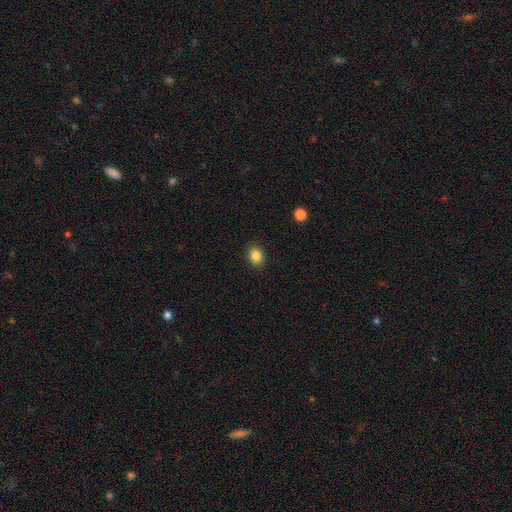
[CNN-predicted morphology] This appears to be a smooth galaxy with no disk features (85%) that is round (51%). Merging: none (90%).